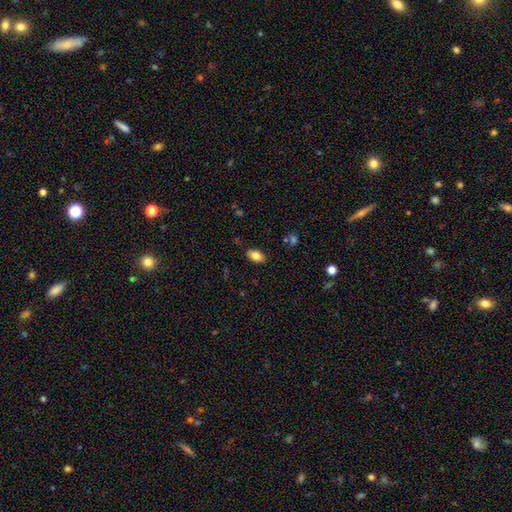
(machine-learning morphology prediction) Overall: smooth (82%). How rounded: in between (91%). Merging: none (86%).